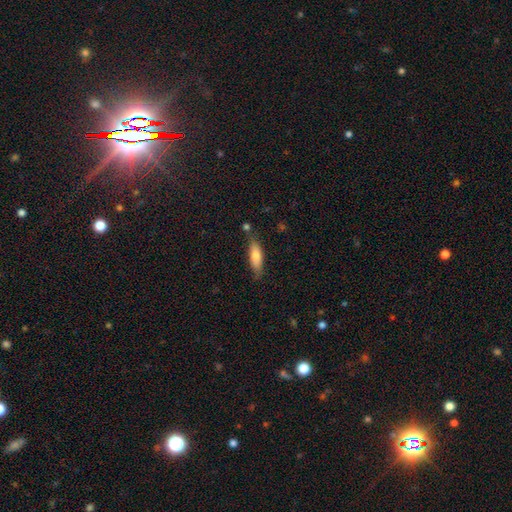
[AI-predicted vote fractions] This is likely a smooth galaxy (76%). How rounded: possibly in between (52%). Merging: likely none (73%).